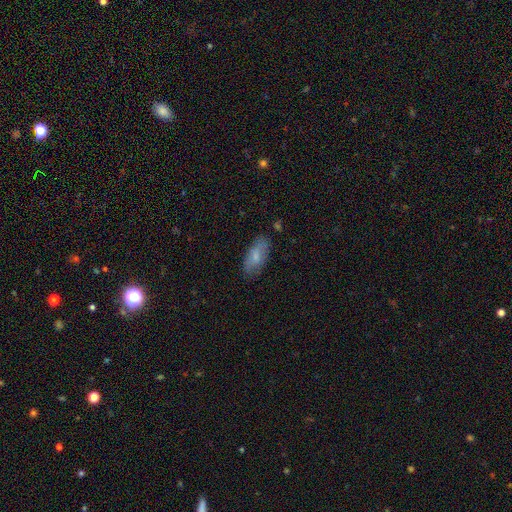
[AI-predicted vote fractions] A smooth galaxy with no disk features (73%) that is in between round and cigar-shaped (86%). Merging: none (78%).